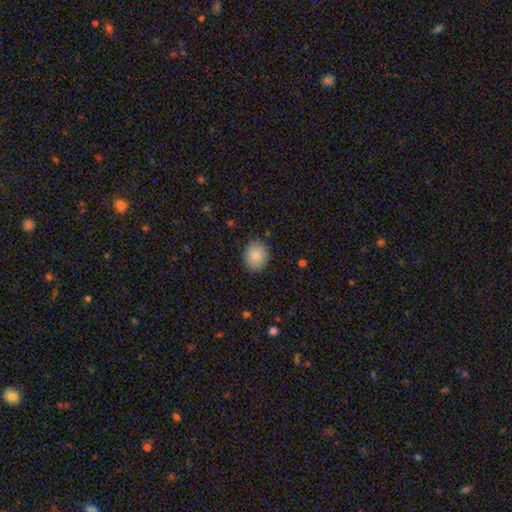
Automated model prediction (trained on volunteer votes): smooth_or_featured: smooth (p=0.87) [alt: star or artifact p=0.08]
how_rounded: round (p=0.55) [alt: in between p=0.44]
merging: none (p=0.86) [alt: minor disturbance p=0.10]